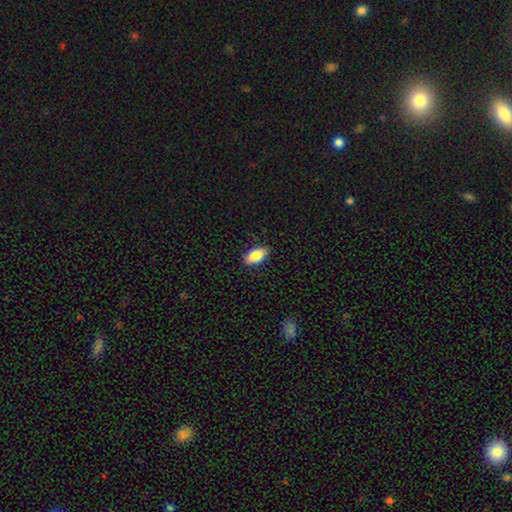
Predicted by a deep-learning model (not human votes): Morphology: type=smooth (85%); roundness=in between (92%); merging=none (87%).